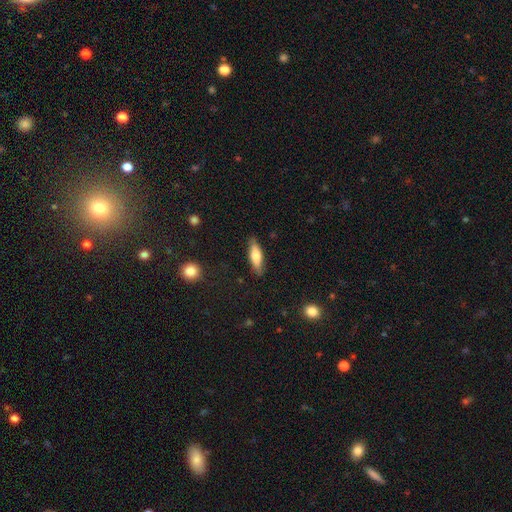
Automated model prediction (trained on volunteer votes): Smooth or featured?
  - smooth: 66% *
  - featured or disk: 28%
  - star or artifact: 6%
How rounded?
  - cigar-shaped: 54% *
  - in between: 44%
  - round: 2%
Merging?
  - none: 84% *
  - minor disturbance: 12%
  - major disturbance: 3%
  - merger: 1%